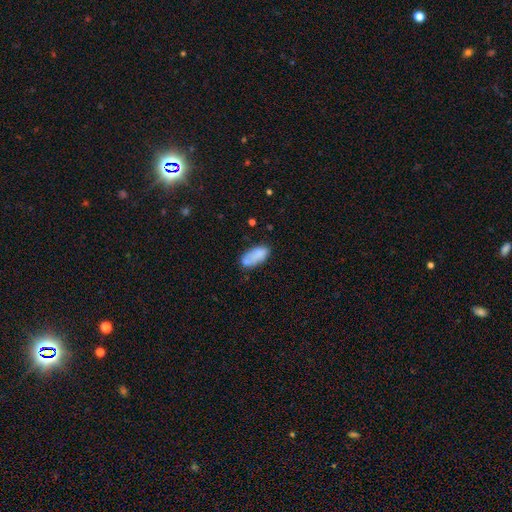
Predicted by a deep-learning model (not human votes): The model was most divided on "merging": none: 59%, minor disturbance: 23%, merger: 10%, major disturbance: 7%. More confident: how rounded — in between (90%); smooth or featured — smooth (78%).